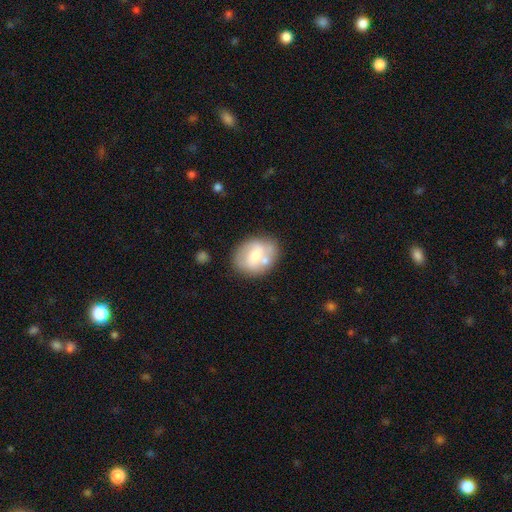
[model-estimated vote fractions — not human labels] This appears to be a smooth galaxy with no disk features (51%) that is in between round and cigar-shaped (50%). Merging: none (59%).